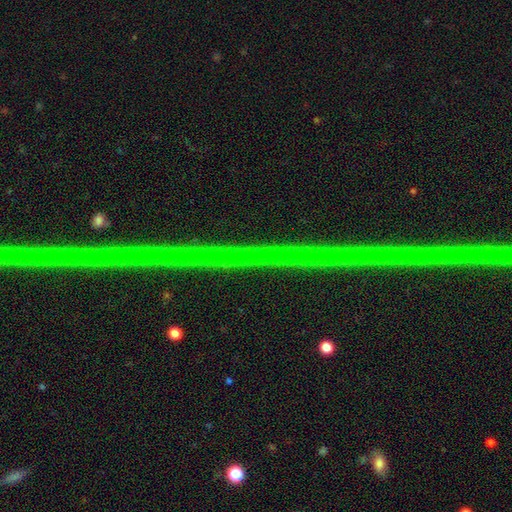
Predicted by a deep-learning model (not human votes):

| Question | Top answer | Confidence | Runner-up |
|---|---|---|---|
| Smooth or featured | star or artifact | 87% | featured or disk (9%) |